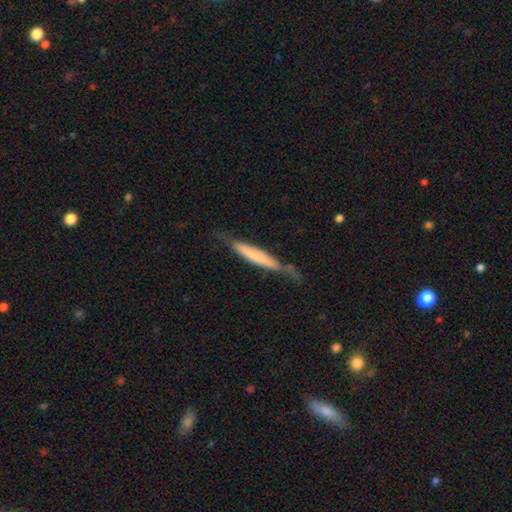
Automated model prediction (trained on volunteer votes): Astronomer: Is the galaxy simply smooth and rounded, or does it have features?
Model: smooth — 57% (runner-up: featured or disk, 37%).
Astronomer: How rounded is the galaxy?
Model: cigar-shaped — 94%.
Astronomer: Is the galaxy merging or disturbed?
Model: none — 61%.